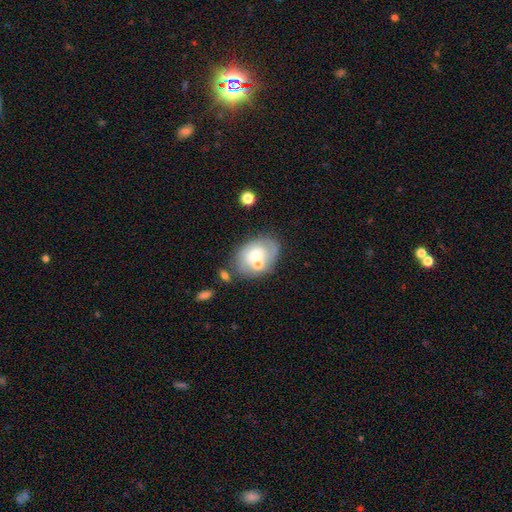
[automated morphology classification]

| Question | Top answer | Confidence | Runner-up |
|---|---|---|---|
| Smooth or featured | smooth | 54% | featured or disk (39%) |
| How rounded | in between | 73% | round (26%) |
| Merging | none | 47% | merger (25%) |